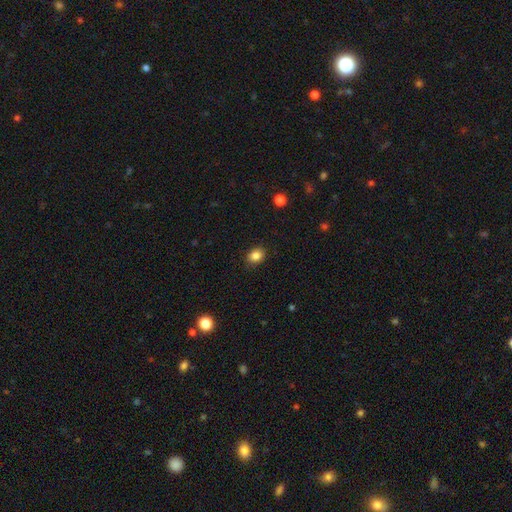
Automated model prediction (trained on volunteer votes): The model was most divided on "how rounded": round: 51%, in between: 48%, cigar-shaped: 1%. More confident: merging — none (88%); smooth or featured — smooth (85%).